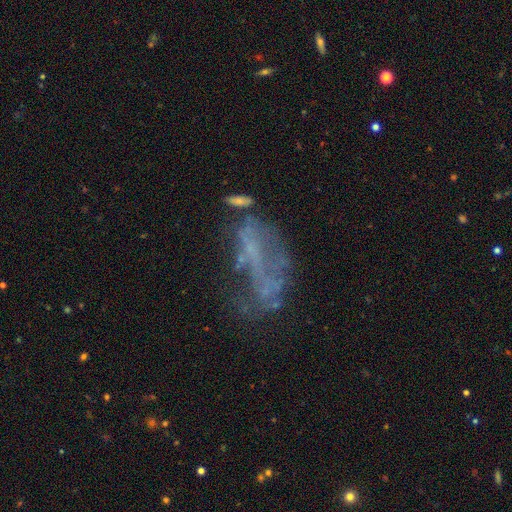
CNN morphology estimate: Smooth or featured: featured or disk — 55% (smooth — 23%)
Edge-on disk: no — 93% (yes — 7%)
Bar: no — 80% (weak — 13%)
Spiral arms: no — 84% (yes — 16%)
Bulge size: none — 79% (small — 14%)
Merging: major disturbance — 36% (none — 33%)